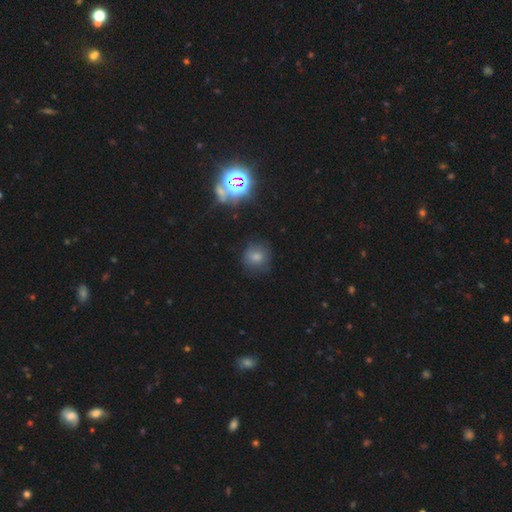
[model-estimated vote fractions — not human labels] A smooth galaxy with no disk features (56%) that is round (88%). Merging: none (82%).